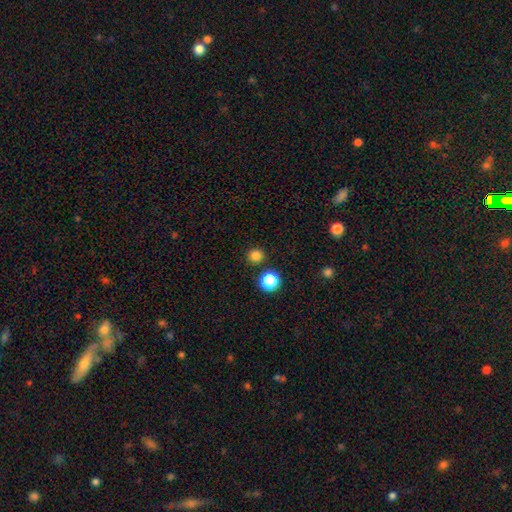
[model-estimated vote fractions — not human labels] A smooth galaxy with no disk features (81%) that is round (93%). Merging: none (88%).